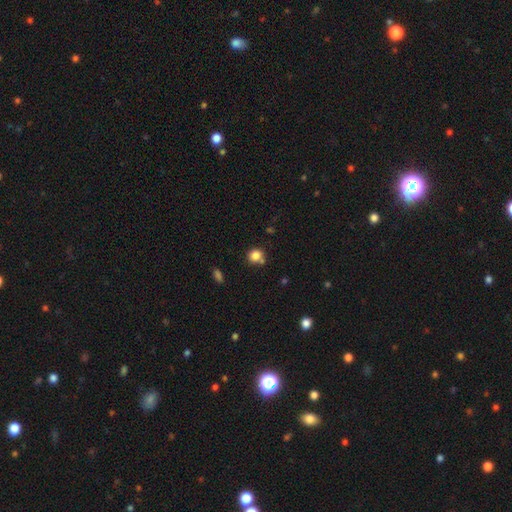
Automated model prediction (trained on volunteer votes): Smooth or featured: smooth — 82% (star or artifact — 11%)
How rounded: round — 82% (in between — 17%)
Merging: none — 65% (merger — 16%)